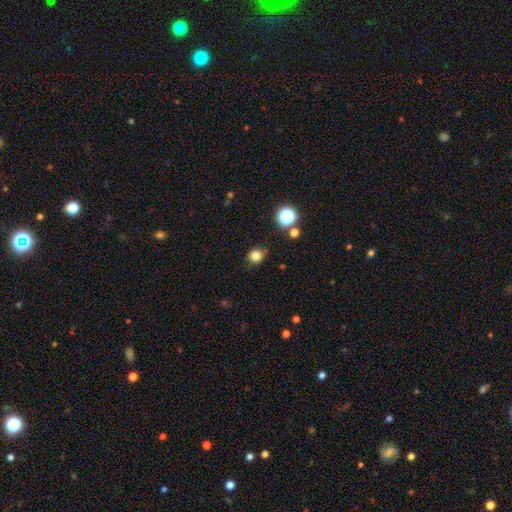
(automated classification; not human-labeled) Morphology: type=smooth (81%); roundness=round (87%); merging=none (83%).